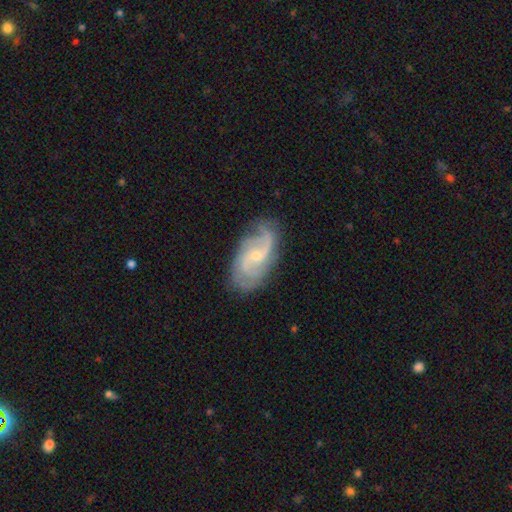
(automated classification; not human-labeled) smooth_or_featured: featured or disk (p=0.87) [alt: smooth p=0.07]
disk_edge_on: no (p=0.97) [alt: yes p=0.03]
bar: weak (p=0.46) [alt: no p=0.45]
has_spiral_arms: yes (p=0.97) [alt: no p=0.03]
spiral_winding: medium (p=0.49) [alt: loose p=0.27]
spiral_arm_count: 2 (p=0.56) [alt: 3 p=0.18]
bulge_size: small (p=0.68) [alt: moderate p=0.28]
merging: none (p=0.76) [alt: minor disturbance p=0.17]